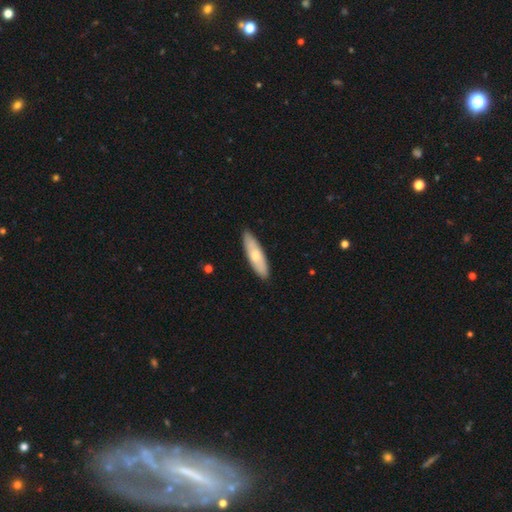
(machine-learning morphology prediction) This appears to be a smooth galaxy with no disk features (67%) that is cigar-shaped (60%). Merging: none (89%).